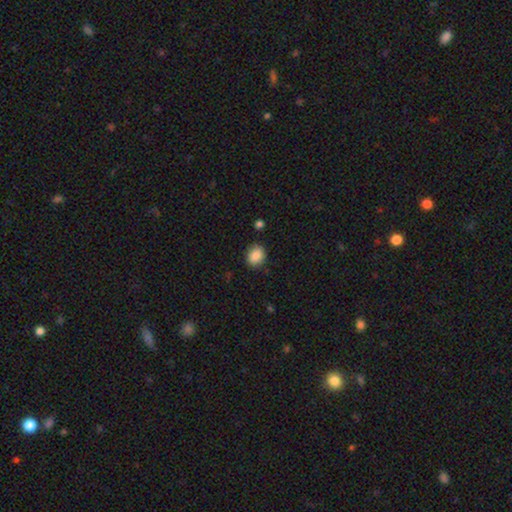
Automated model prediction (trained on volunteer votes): Overall: smooth (88%). How rounded: round (57%; in between 42%). Merging: none (87%).